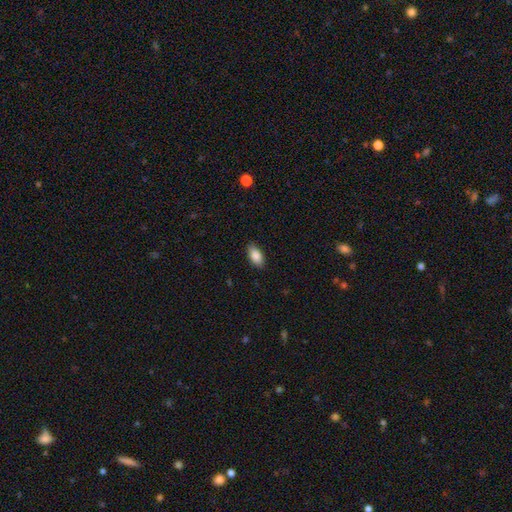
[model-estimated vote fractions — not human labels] Q: Smooth or featured?
A: smooth (87%); runner-up: star or artifact (7%)
Q: How rounded?
A: in between (92%); runner-up: cigar-shaped (5%)
Q: Merging?
A: none (87%); runner-up: minor disturbance (10%)